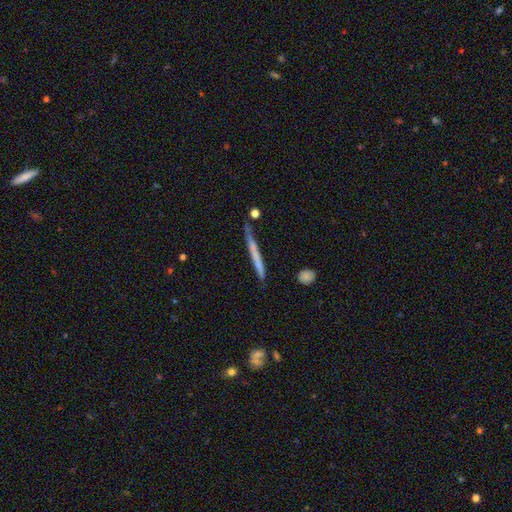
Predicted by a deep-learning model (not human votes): This is possibly a smooth galaxy (49%). Merging: likely none (77%).